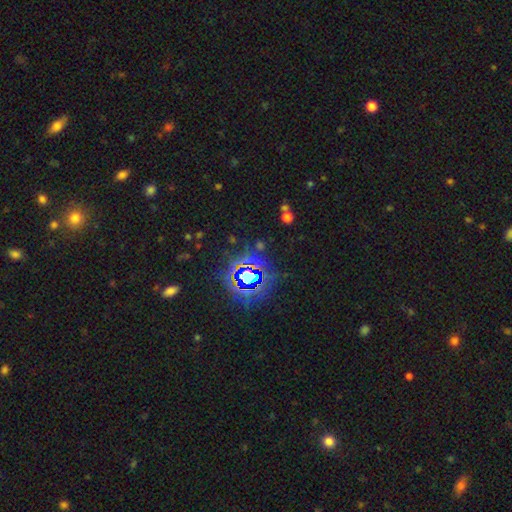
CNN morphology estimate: star or artifact 80%, smooth 13%, featured or disk 7%.